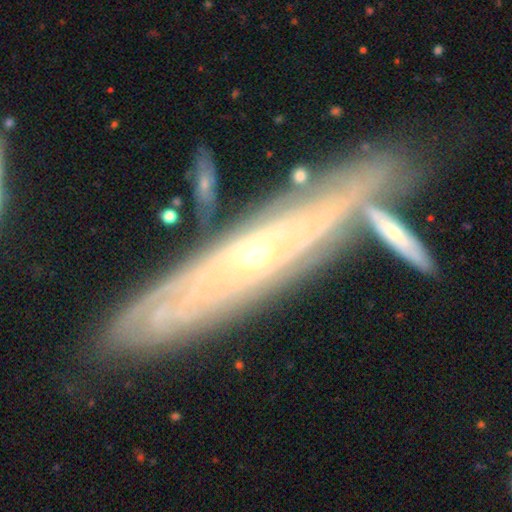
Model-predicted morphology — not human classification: type=featured or disk (82%); edge-on=yes (53%); merging=none (75%).